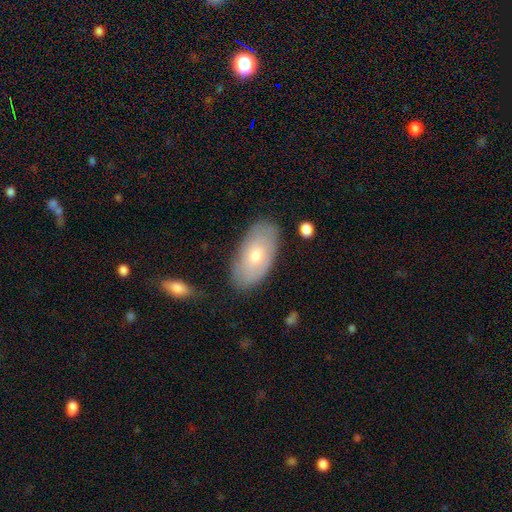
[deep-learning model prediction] Smooth or featured: smooth — 63% (featured or disk — 31%)
How rounded: in between — 94% (round — 3%)
Merging: none — 81% (minor disturbance — 14%)